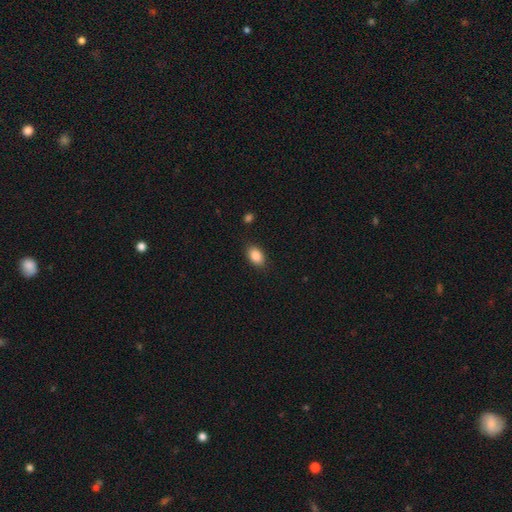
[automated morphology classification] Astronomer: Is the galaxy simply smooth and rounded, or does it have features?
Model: smooth — 87%.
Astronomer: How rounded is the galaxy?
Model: in between — 88%.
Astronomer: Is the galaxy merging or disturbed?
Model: none — 86%.